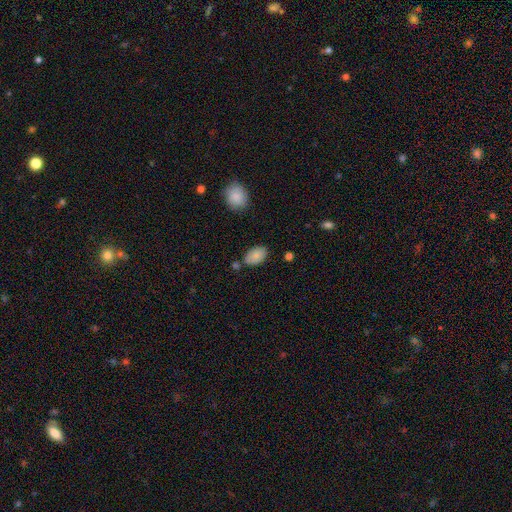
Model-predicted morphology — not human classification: Smooth or featured?
  - smooth: 82% *
  - featured or disk: 10%
  - star or artifact: 8%
How rounded?
  - in between: 91% *
  - round: 8%
  - cigar-shaped: 1%
Merging?
  - none: 70% *
  - minor disturbance: 18%
  - merger: 8%
  - major disturbance: 4%